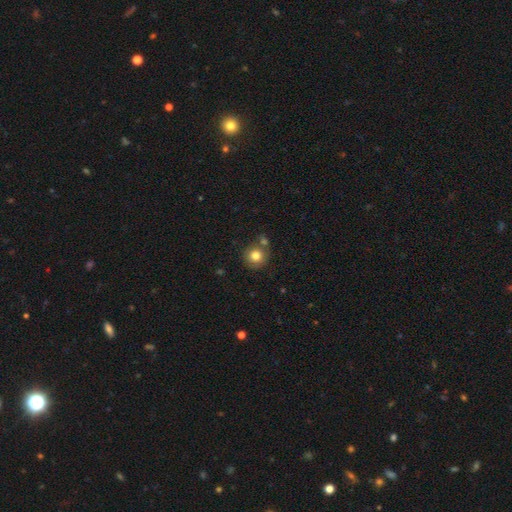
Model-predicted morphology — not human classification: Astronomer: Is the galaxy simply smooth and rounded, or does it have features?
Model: smooth — 81%.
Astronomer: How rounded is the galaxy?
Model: round — 90%.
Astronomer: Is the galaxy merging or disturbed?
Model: none — 66%.